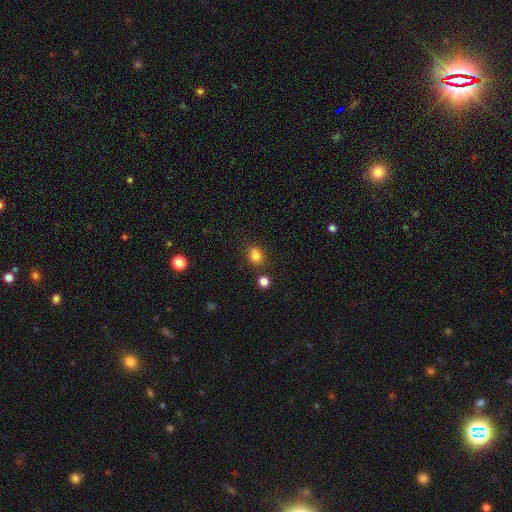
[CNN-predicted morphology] Smooth or featured? Predicted: smooth (p=0.81). How rounded? Predicted: round (p=0.63). Merging? Predicted: none (p=0.78).